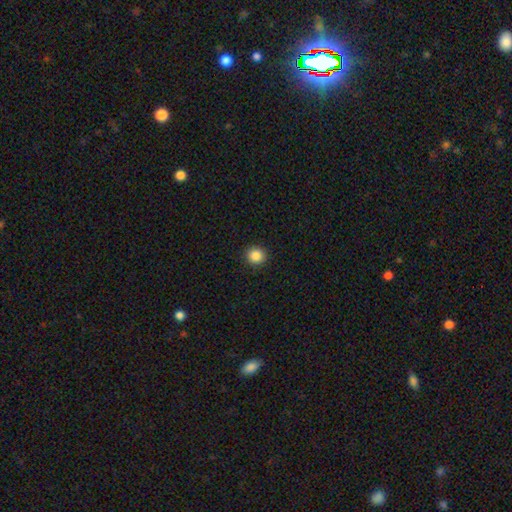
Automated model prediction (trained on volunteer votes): A smooth galaxy with no disk features (86%) that is round (91%). Merging: none (92%).